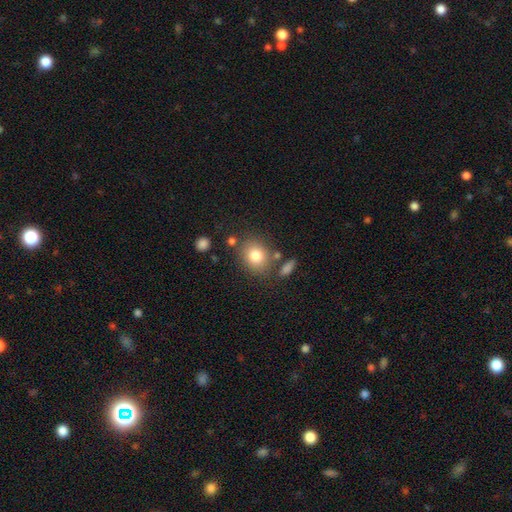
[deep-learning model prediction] Smooth or featured? smooth (80%)
How rounded? round (61%)
Merging? none (74%)